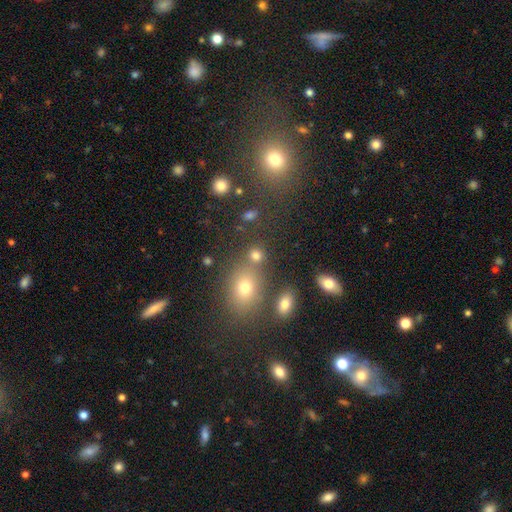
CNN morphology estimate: smooth-or-featured: smooth: 74% | star or artifact: 17% | featured or disk: 9%
  how-rounded: round: 68% | in between: 30% | cigar-shaped: 2%
  merging: none: 63% | merger: 22% | minor disturbance: 10% | major disturbance: 5%